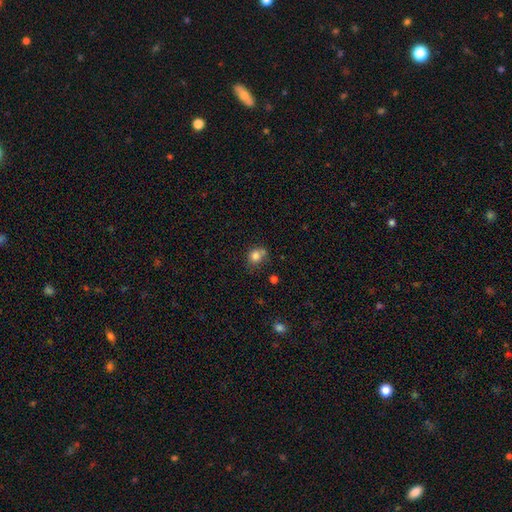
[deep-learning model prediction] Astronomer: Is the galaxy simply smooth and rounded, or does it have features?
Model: smooth — 80%.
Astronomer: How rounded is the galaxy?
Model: round — 68%.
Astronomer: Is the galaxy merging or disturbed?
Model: none — 53%.